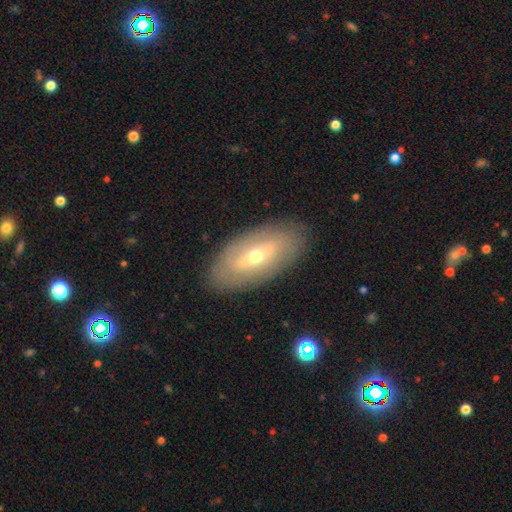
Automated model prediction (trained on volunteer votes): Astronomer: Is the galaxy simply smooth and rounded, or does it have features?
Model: featured or disk — 56% (runner-up: smooth, 37%).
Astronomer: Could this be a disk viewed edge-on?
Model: no — 82%.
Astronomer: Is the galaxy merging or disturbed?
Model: none — 86%.